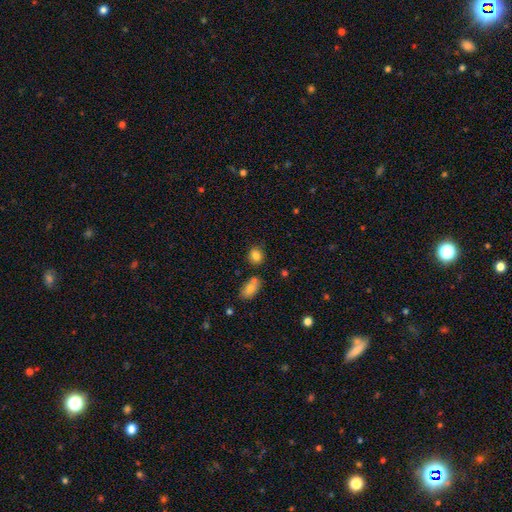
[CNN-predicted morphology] This appears to be a smooth galaxy with no disk features (84%) that is round (62%). Merging: none (74%).